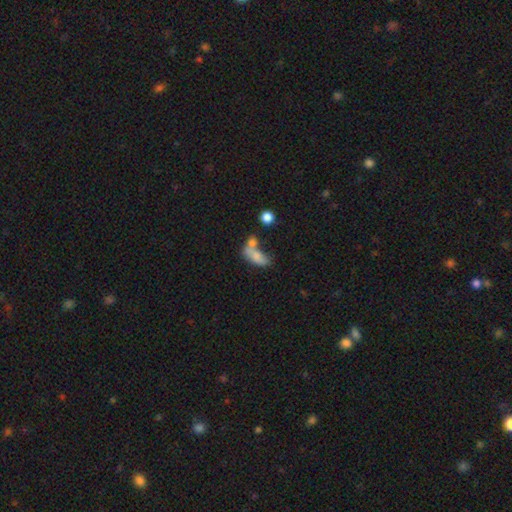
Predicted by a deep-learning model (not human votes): smooth_or_featured: smooth (p=0.67) [alt: featured or disk p=0.22]
how_rounded: in between (p=0.78) [alt: cigar-shaped p=0.15]
merging: merger (p=0.47) [alt: none p=0.23]